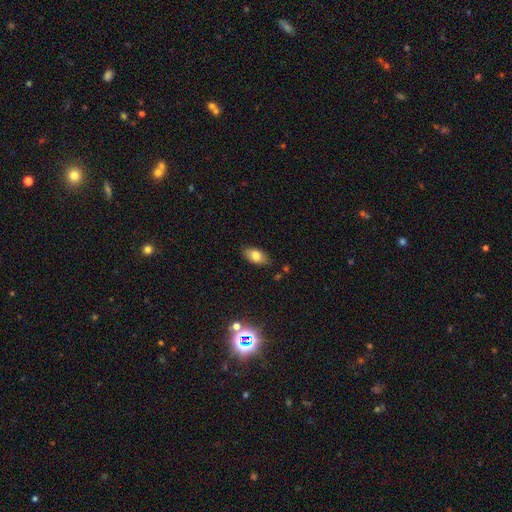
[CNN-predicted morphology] smooth 78%, featured or disk 14%, star or artifact 9%. Down the decision tree: how rounded — in between (91%); merging — none (83%).